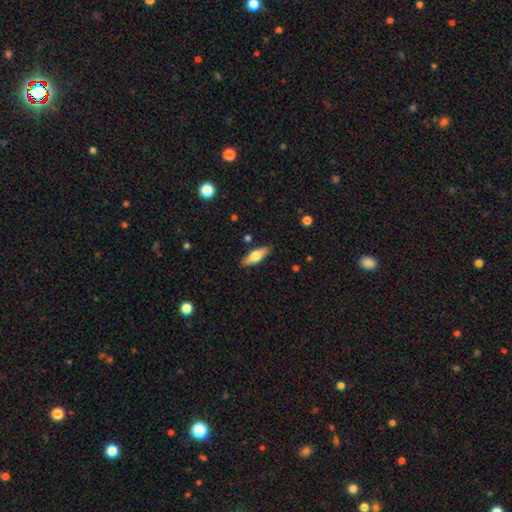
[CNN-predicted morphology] smooth-or-featured: smooth: 66% | featured or disk: 28% | star or artifact: 6%
  how-rounded: in between: 59% | cigar-shaped: 39% | round: 2%
  merging: none: 87% | minor disturbance: 10% | major disturbance: 2% | merger: 2%